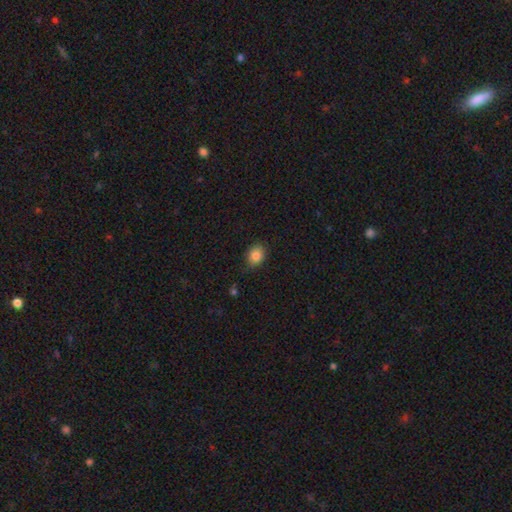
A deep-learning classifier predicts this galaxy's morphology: smooth-or-featured: smooth: 84% | star or artifact: 10% | featured or disk: 6%
  how-rounded: in between: 58% | round: 41% | cigar-shaped: 1%
  merging: none: 80% | minor disturbance: 15% | major disturbance: 3% | merger: 1%